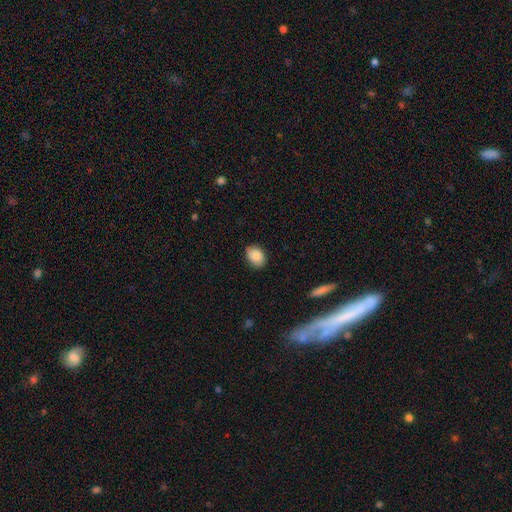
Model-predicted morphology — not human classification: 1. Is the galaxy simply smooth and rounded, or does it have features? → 89% smooth, 7% star or artifact, 4% featured or disk.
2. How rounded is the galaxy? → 76% in between, 23% round, 1% cigar-shaped.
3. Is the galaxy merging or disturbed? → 84% none, 12% minor disturbance, 2% major disturbance, 1% merger.